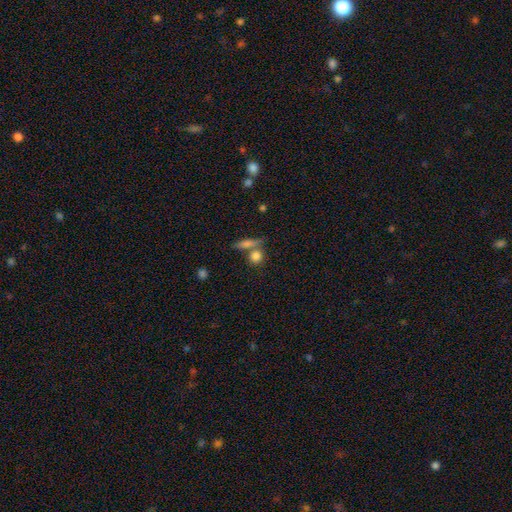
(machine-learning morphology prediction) Smooth or featured: smooth — 81% (featured or disk — 10%)
How rounded: round — 72% (in between — 19%)
Merging: none — 58% (merger — 29%)